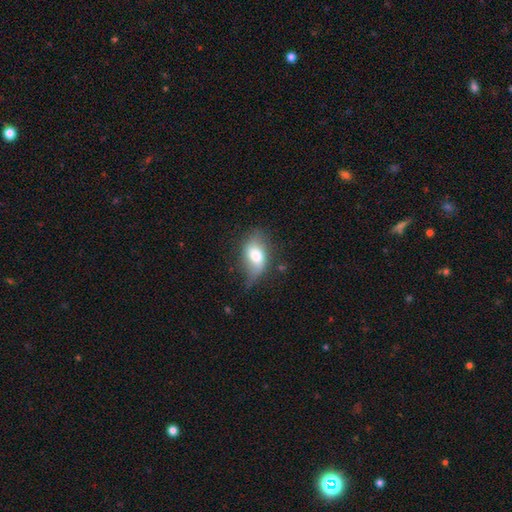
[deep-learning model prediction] Smooth or featured? smooth (65%)
How rounded? in between (87%)
Merging? none (43%)